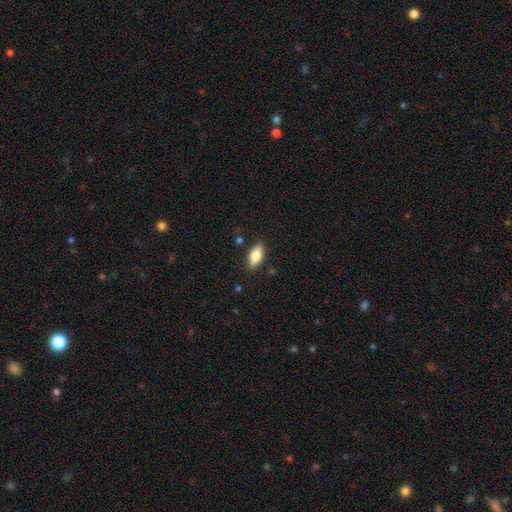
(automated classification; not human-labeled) Morphology: type=smooth (69%); roundness=in between (80%); merging=none (85%).